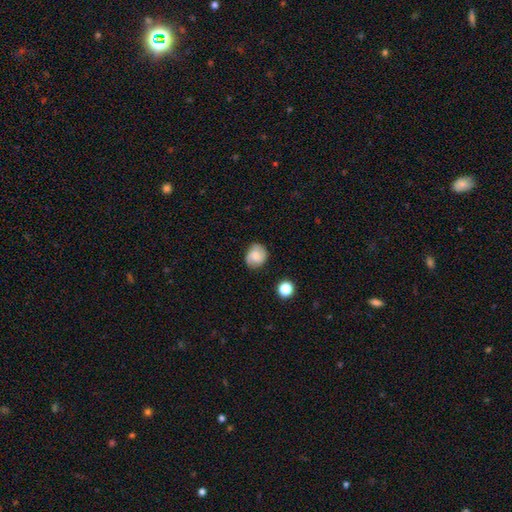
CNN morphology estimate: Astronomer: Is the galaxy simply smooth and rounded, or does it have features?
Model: smooth — 56% (runner-up: featured or disk, 34%).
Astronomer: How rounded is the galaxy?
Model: round — 75%.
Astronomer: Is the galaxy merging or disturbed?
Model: none — 79%.